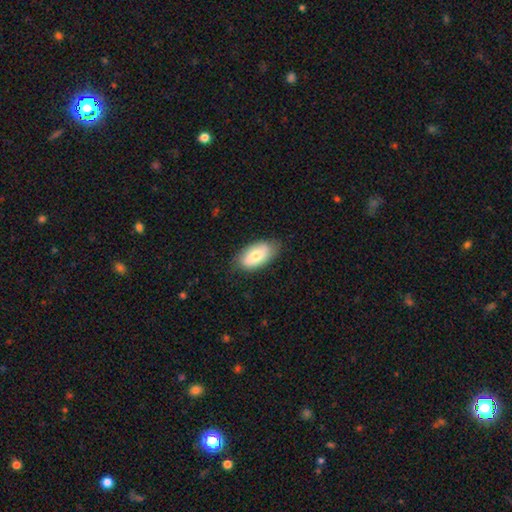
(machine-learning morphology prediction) Smooth or featured: smooth — 72% (featured or disk — 22%)
How rounded: in between — 94% (round — 4%)
Merging: none — 78% (minor disturbance — 18%)